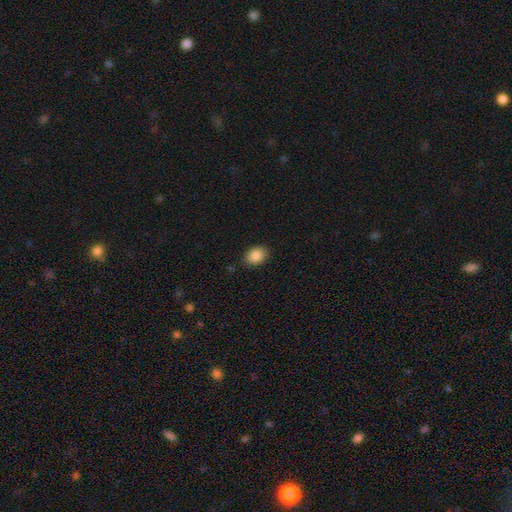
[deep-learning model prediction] Overall: smooth (87%). How rounded: in between (70%). Merging: none (86%).